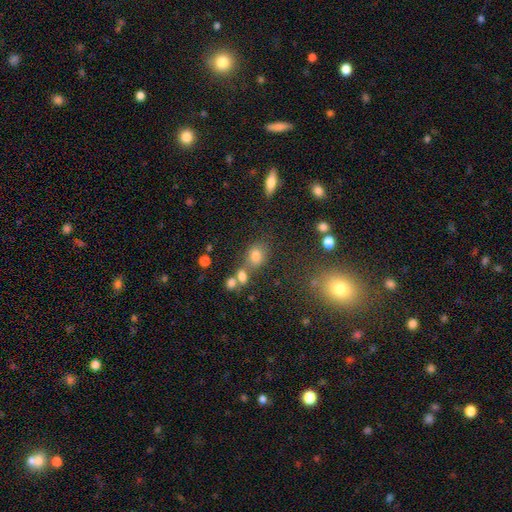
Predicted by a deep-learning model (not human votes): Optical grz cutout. It shows a smooth galaxy with no disk features (74%) that is in between round and cigar-shaped (49%, tied with round). Merging: none (56%).